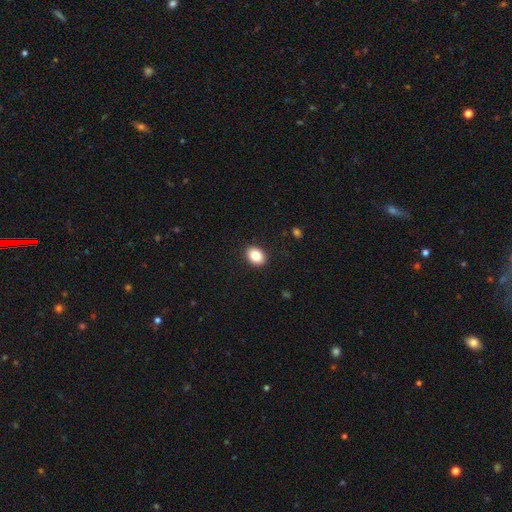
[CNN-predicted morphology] The model was most divided on "how rounded": in between: 72%, round: 27%, cigar-shaped: 1%. More confident: merging — none (90%); smooth or featured — smooth (85%).